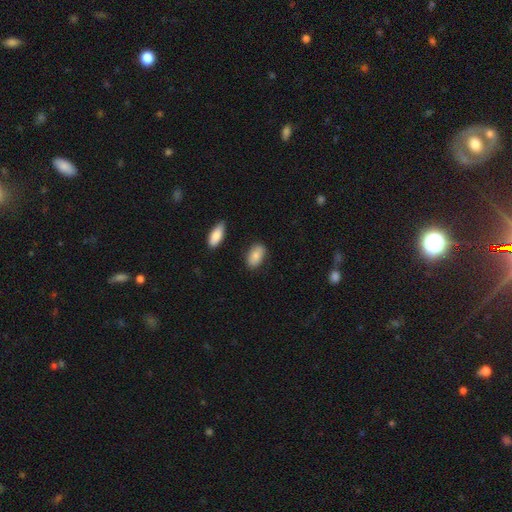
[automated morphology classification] Overall: smooth (86%). How rounded: in between (92%). Merging: none (83%).